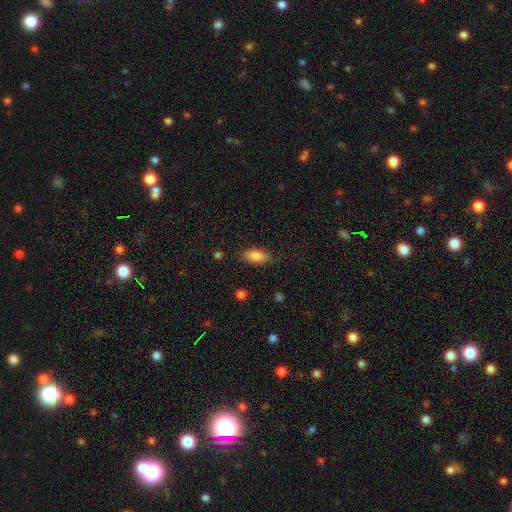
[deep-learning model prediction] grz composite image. It shows a smooth galaxy with no disk features (85%) that is in between round and cigar-shaped (88%). Merging: none (80%).